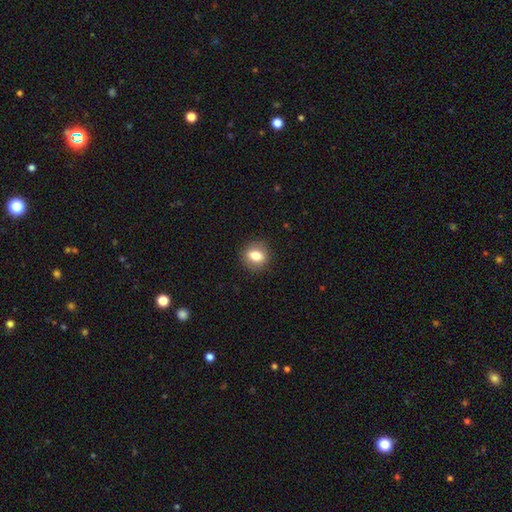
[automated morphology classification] Smooth or featured: smooth — 76% (featured or disk — 14%)
How rounded: round — 60% (in between — 38%)
Merging: none — 87% (minor disturbance — 9%)